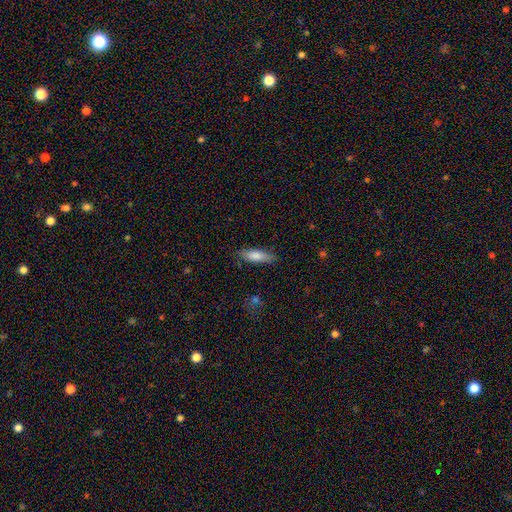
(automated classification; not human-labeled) smooth 77%, featured or disk 16%, star or artifact 7%. Down the decision tree: how rounded — cigar-shaped (58%); merging — none (85%).